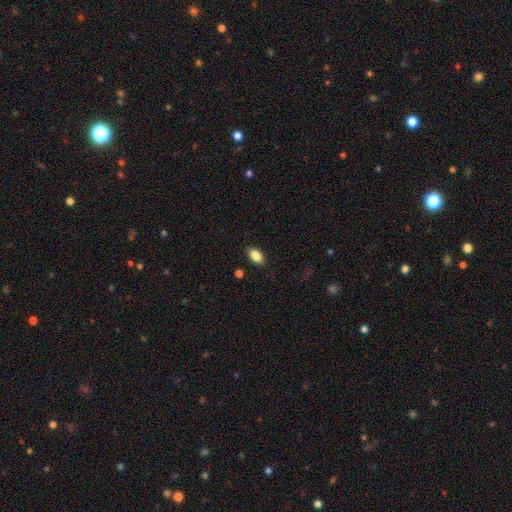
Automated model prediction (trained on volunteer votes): Overall: smooth (86%). How rounded: in between (91%). Merging: none (86%).